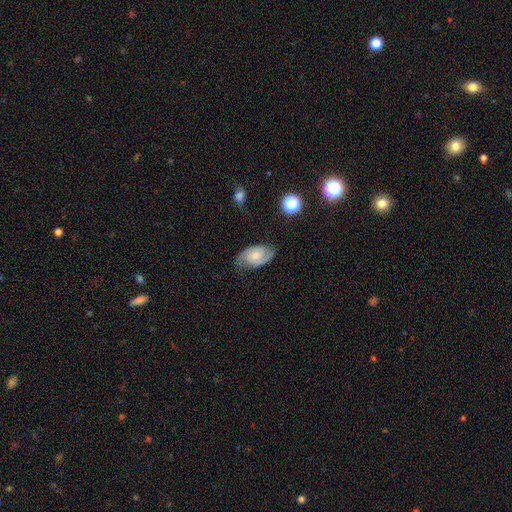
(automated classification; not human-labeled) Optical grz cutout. It shows a featured or disk galaxy (74%) with no bar (58%), 2 (87%) medium (47%) spiral arms (95%) and a small central bulge (46%). Merging: none (72%).